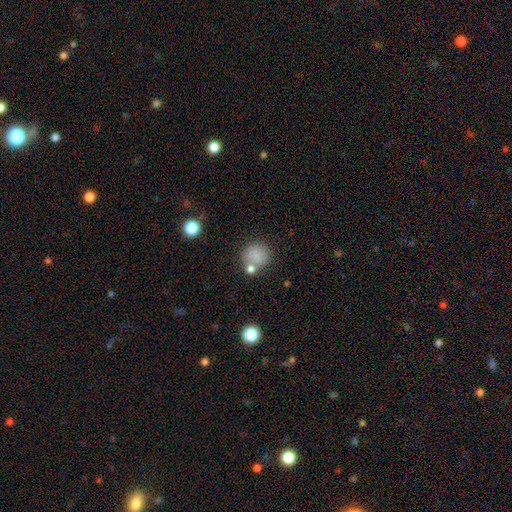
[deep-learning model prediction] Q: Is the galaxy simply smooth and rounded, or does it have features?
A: smooth — 81%.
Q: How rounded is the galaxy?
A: round — 88%.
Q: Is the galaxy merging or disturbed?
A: none — 65%.